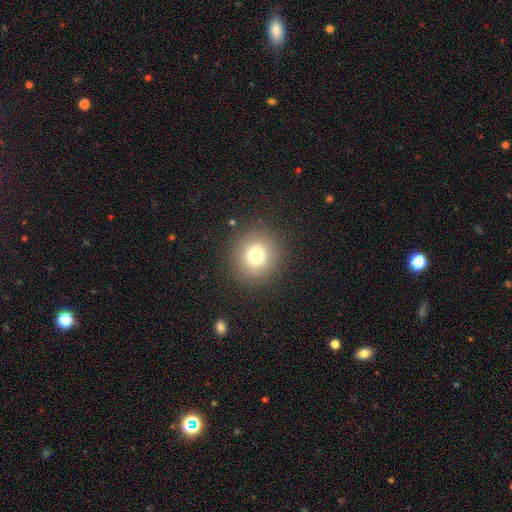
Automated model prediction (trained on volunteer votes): Smooth or featured?
  - smooth: 77% *
  - star or artifact: 14%
  - featured or disk: 10%
How rounded?
  - round: 91% *
  - in between: 9%
  - cigar-shaped: 1%
Merging?
  - none: 89% *
  - minor disturbance: 7%
  - major disturbance: 3%
  - merger: 1%